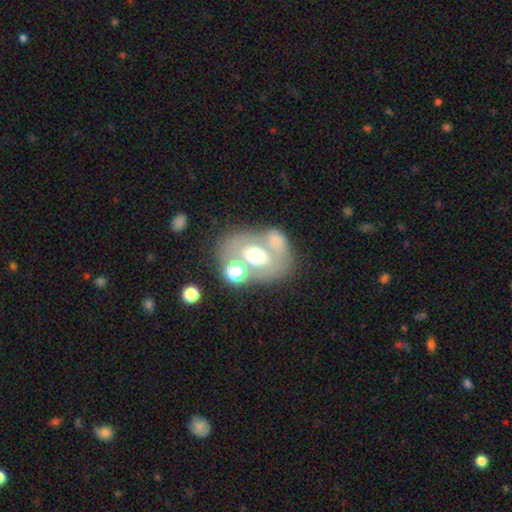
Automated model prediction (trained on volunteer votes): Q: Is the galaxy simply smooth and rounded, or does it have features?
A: featured or disk — 45%.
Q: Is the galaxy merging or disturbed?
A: none — 49%.